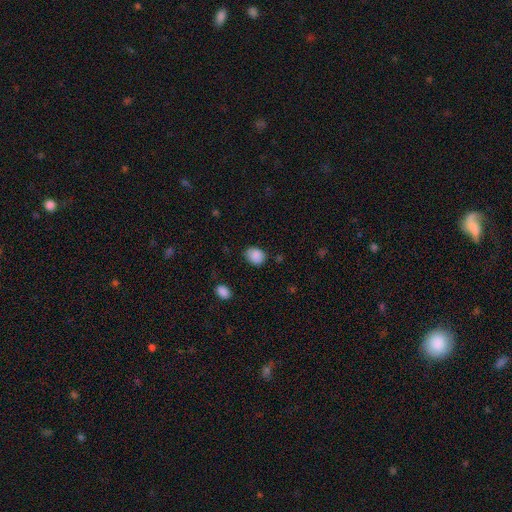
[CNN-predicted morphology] Smooth or featured? smooth (88%)
How rounded? in between (55%)
Merging? none (77%)